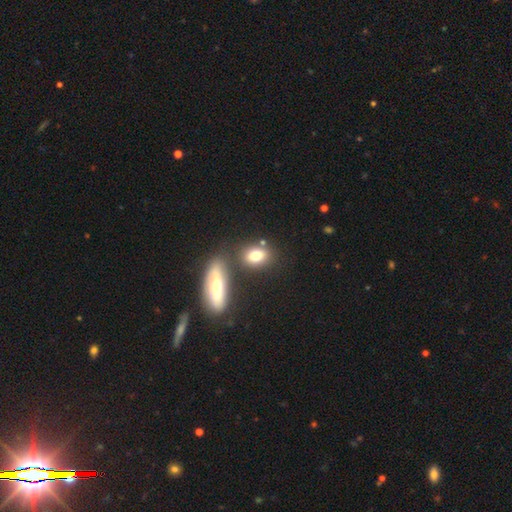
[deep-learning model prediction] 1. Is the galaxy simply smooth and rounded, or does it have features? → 76% smooth, 16% featured or disk, 9% star or artifact.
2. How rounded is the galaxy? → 73% in between, 22% round, 5% cigar-shaped.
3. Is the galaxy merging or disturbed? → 65% none, 20% merger, 11% minor disturbance, 4% major disturbance.